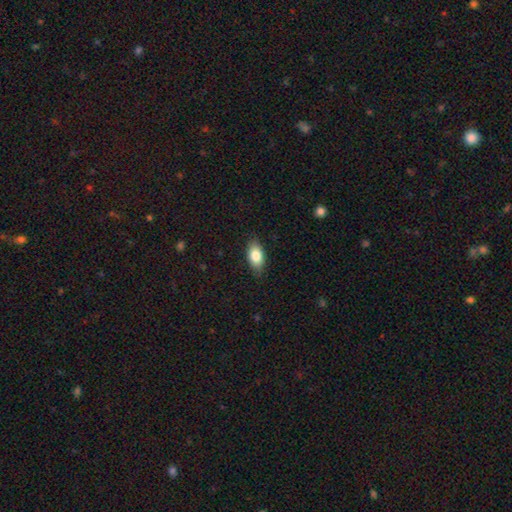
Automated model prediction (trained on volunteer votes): smooth_or_featured: smooth (p=0.82) [alt: featured or disk p=0.11]
how_rounded: in between (p=0.91) [alt: round p=0.05]
merging: none (p=0.84) [alt: minor disturbance p=0.13]